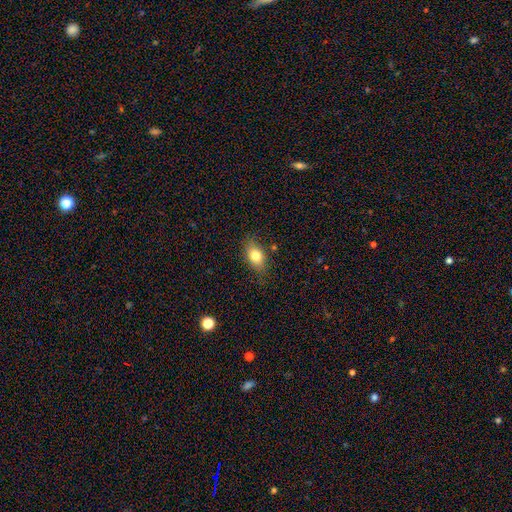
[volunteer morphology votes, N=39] smooth 79%, featured or disk 15%, star or artifact 5%. Down the decision tree: how rounded — in between (81%); merging — none (78%).